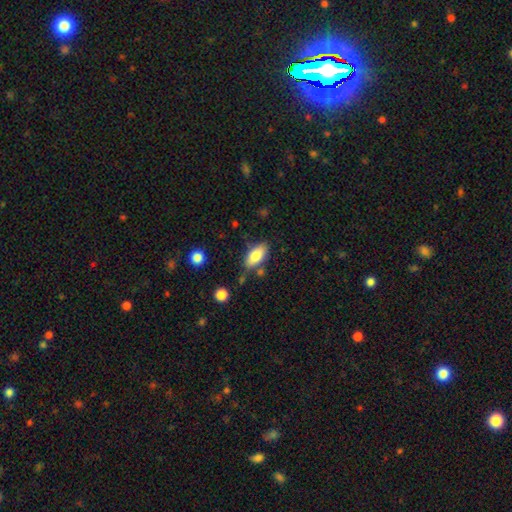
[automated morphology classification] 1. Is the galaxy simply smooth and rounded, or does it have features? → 81% smooth, 12% featured or disk, 7% star or artifact.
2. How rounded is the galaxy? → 89% in between, 8% cigar-shaped, 3% round.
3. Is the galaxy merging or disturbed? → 75% none, 15% minor disturbance, 6% merger, 4% major disturbance.